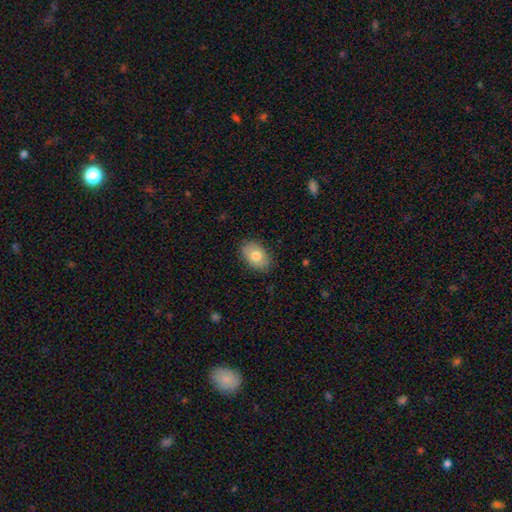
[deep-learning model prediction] Smooth or featured?
  - smooth: 75% *
  - featured or disk: 18%
  - star or artifact: 7%
How rounded?
  - in between: 86% *
  - round: 13%
  - cigar-shaped: 1%
Merging?
  - none: 83% *
  - minor disturbance: 14%
  - major disturbance: 3%
  - merger: 1%